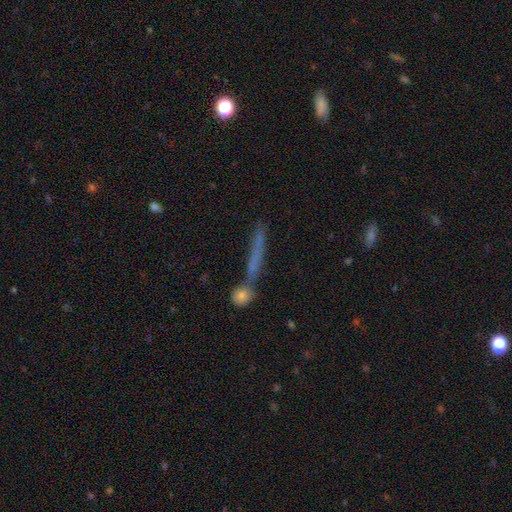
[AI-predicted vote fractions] Overall: smooth (51%; featured or disk 34%). How rounded: cigar-shaped (88%). Merging: none (62%).